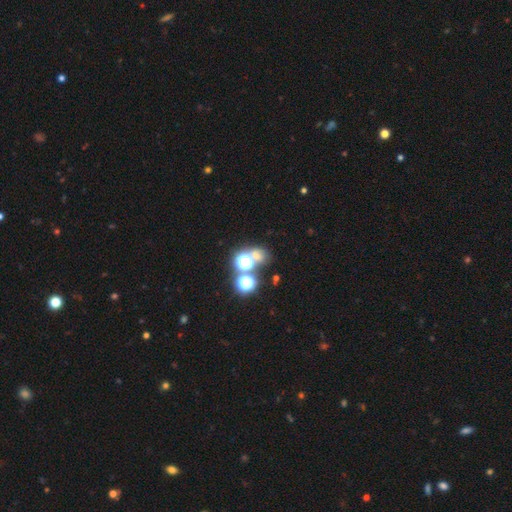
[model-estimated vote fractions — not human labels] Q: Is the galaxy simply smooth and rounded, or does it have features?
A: smooth — 45%.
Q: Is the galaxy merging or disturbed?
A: none — 52%.